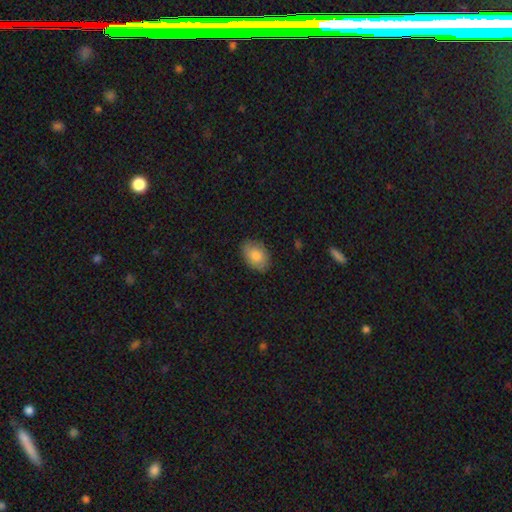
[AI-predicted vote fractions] Q: Smooth or featured?
A: smooth (82%); runner-up: featured or disk (11%)
Q: How rounded?
A: in between (87%); runner-up: round (11%)
Q: Merging?
A: none (83%); runner-up: minor disturbance (13%)